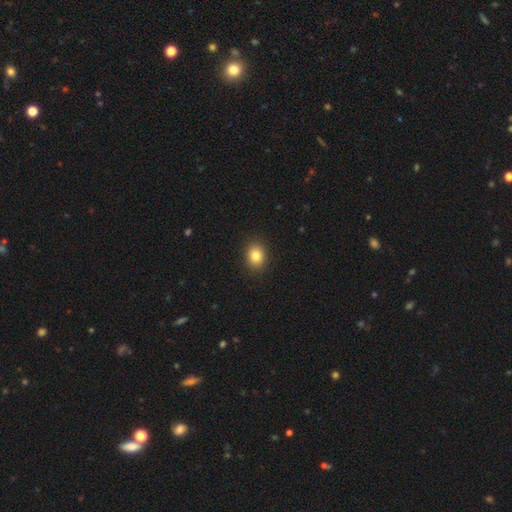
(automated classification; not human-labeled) Morphology: type=smooth (82%); roundness=round (51%); merging=none (90%).